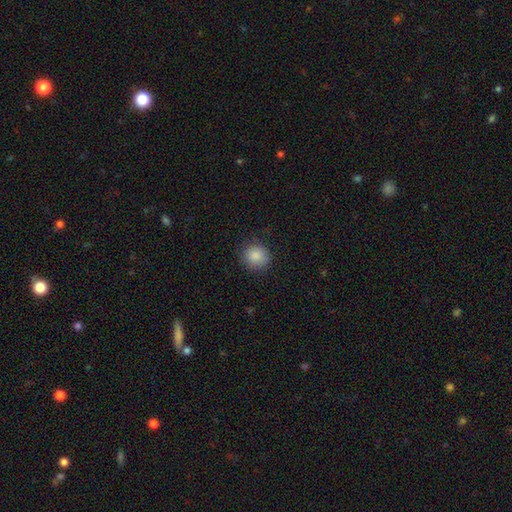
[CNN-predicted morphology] This is clearly a smooth galaxy (87%). How rounded: clearly round (85%). Merging: clearly none (86%).